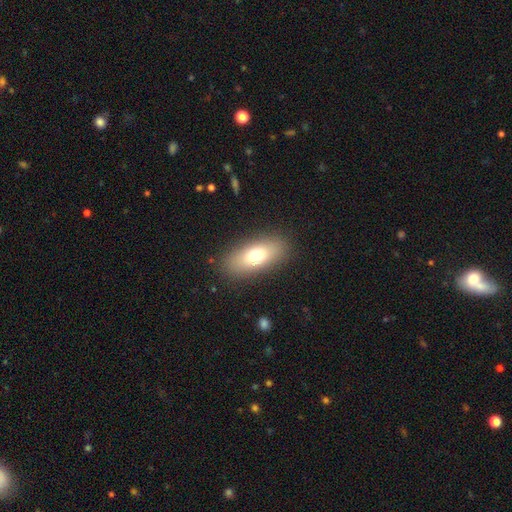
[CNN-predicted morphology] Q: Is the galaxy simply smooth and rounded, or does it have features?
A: smooth — 72%.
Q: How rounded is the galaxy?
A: in between — 82%.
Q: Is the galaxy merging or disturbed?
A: none — 87%.